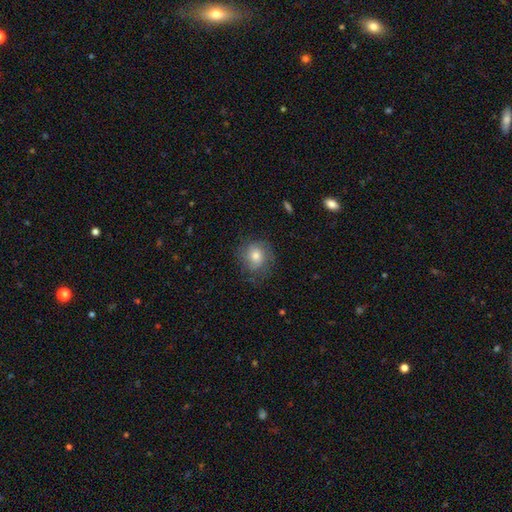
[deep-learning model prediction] smooth 56%, featured or disk 34%, star or artifact 10%. Down the decision tree: how rounded — round (80%); merging — none (72%).